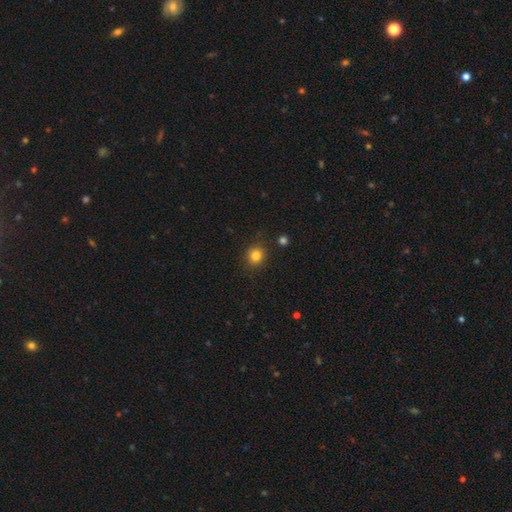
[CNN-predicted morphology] This is clearly a smooth galaxy (83%). How rounded: clearly round (84%). Merging: clearly none (86%).